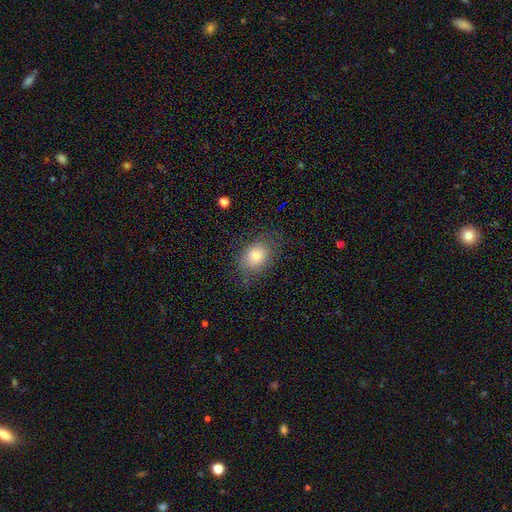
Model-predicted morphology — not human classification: This is likely a smooth galaxy (77%). How rounded: possibly in between (58%). Merging: likely none (72%).